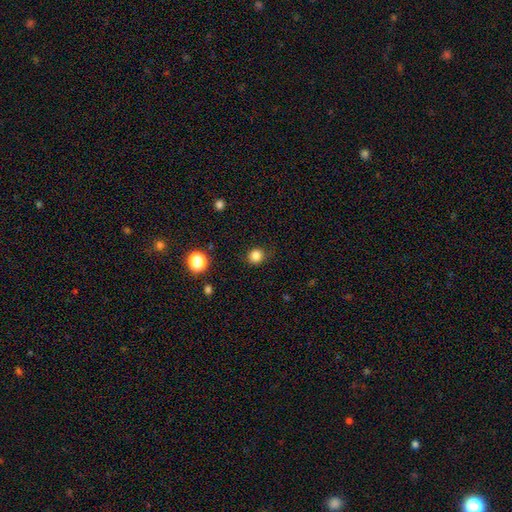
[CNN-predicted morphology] Smooth or featured? smooth (83%)
How rounded? round (86%)
Merging? none (84%)